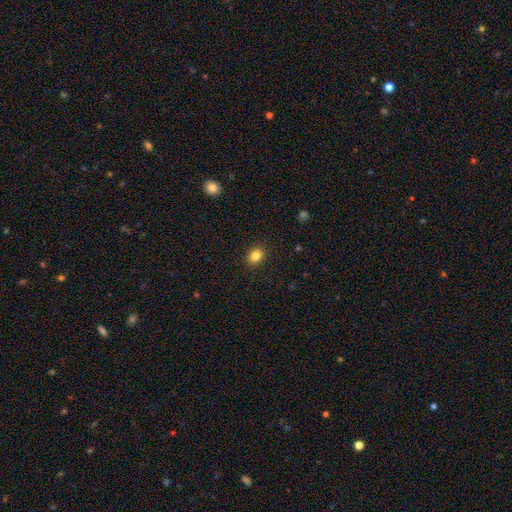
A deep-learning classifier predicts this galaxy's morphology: smooth 84%, star or artifact 10%, featured or disk 5%. Down the decision tree: how rounded — in between (51%); merging — none (90%).